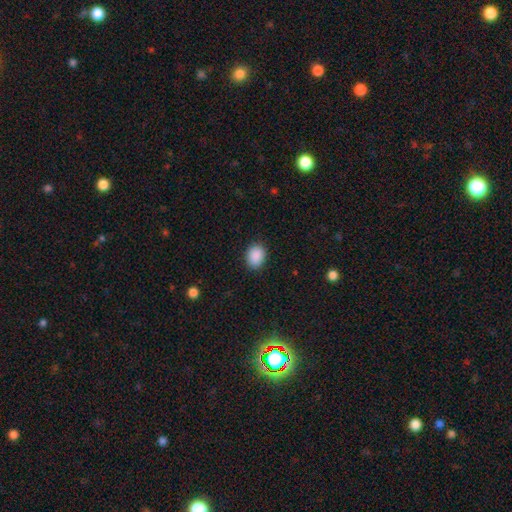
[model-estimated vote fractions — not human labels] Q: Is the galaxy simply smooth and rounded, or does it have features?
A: smooth — 90%.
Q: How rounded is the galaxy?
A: in between — 57%.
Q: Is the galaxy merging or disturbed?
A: none — 88%.